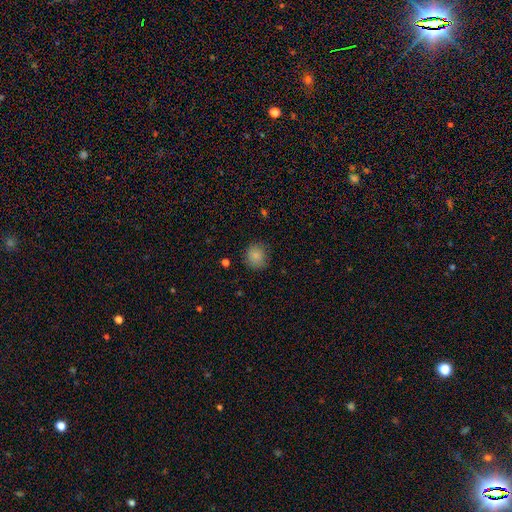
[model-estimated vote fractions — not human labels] A smooth galaxy with no disk features (84%) that is round (86%).

Vote fractions:
- Smooth or featured? smooth: 84% / star or artifact: 10% / featured or disk: 6%
- How rounded? round: 86% / in between: 14% / cigar-shaped: 1%
- Merging? none: 81% / minor disturbance: 15% / major disturbance: 4% / merger: 1%